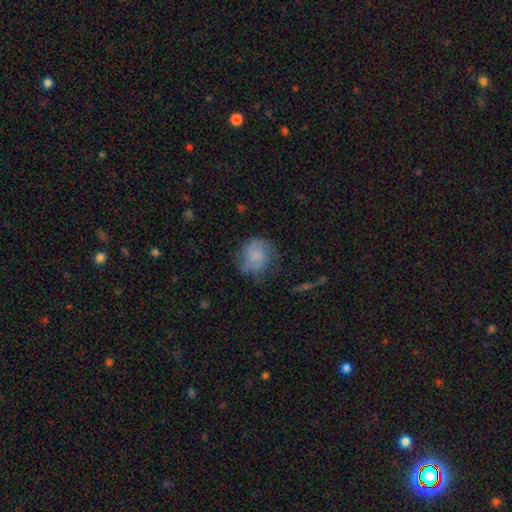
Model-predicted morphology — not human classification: Overall: featured or disk (52%; smooth 40%). Edge-on disk: no (98%). Bar: no (73%). Spiral arms: yes (88%). Bulge size: small (57%; none 25%). Merging: none (62%; minor disturbance 24%).